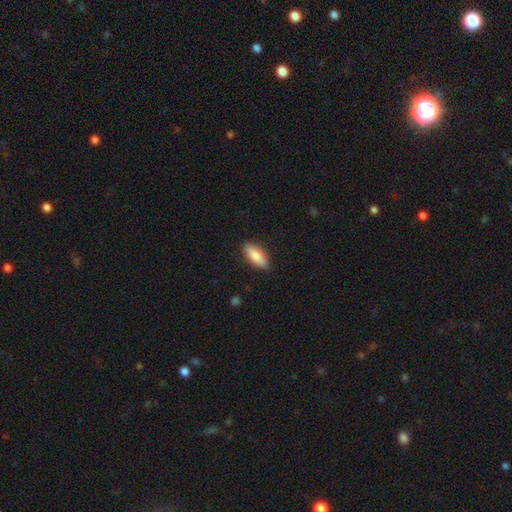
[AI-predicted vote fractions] This is clearly a smooth galaxy (82%). How rounded: likely in between (72%). Merging: clearly none (88%).